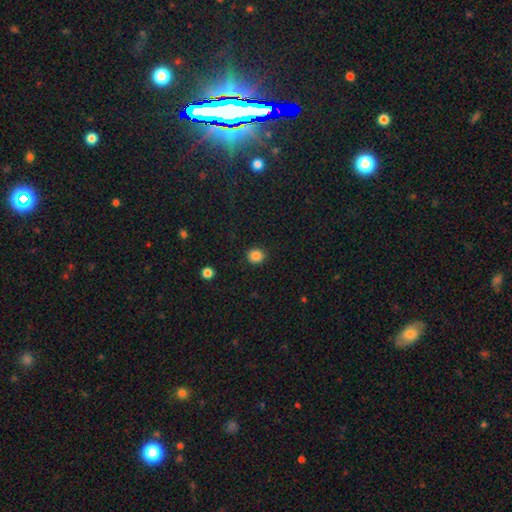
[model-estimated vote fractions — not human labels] Q: Smooth or featured?
A: smooth (86%); runner-up: star or artifact (11%)
Q: How rounded?
A: round (89%); runner-up: in between (10%)
Q: Merging?
A: none (91%); runner-up: minor disturbance (6%)